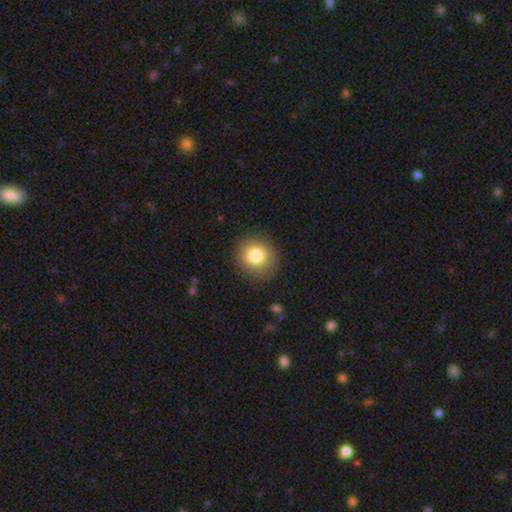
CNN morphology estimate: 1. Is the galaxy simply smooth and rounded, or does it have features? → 82% smooth, 10% star or artifact, 8% featured or disk.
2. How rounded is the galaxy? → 89% round, 10% in between, 1% cigar-shaped.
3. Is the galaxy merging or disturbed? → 88% none, 8% minor disturbance, 3% major disturbance, 1% merger.